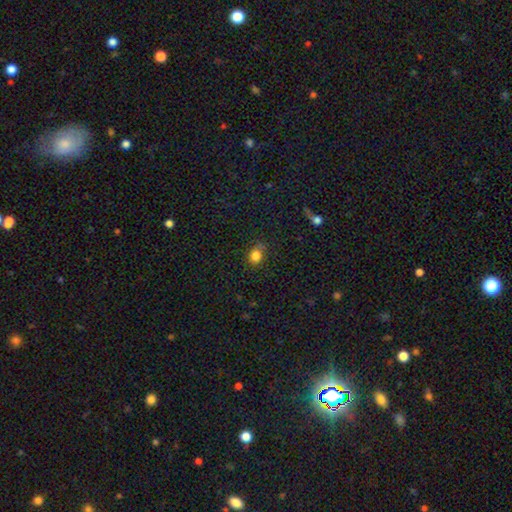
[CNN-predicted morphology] A smooth galaxy with no disk features (82%) that is round (63%). Merging: none (76%).